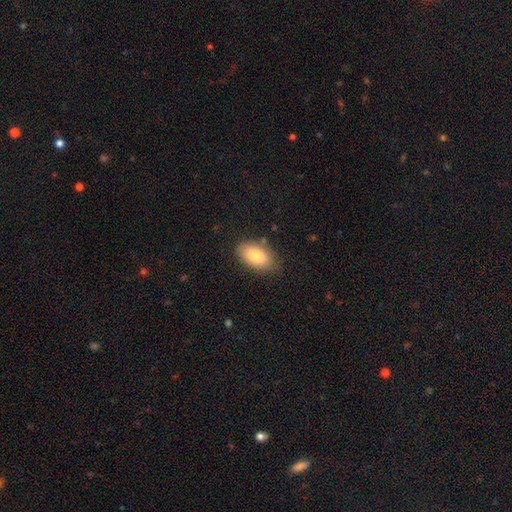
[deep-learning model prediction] Smooth or featured: smooth — 82% (featured or disk — 11%)
How rounded: in between — 93% (round — 5%)
Merging: none — 78% (minor disturbance — 16%)